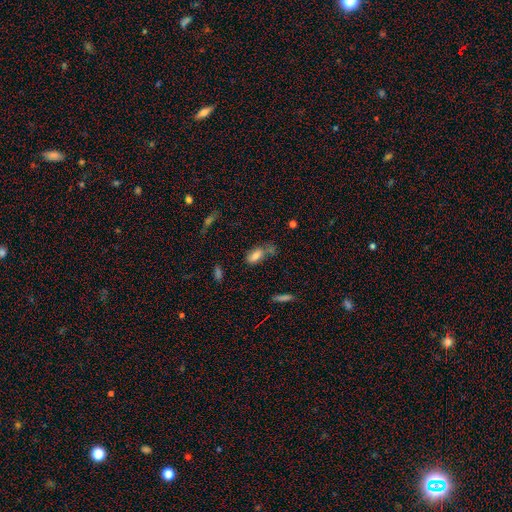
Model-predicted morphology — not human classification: Smooth or featured? Predicted: smooth (p=0.75). How rounded? Predicted: in between (p=0.86). Merging? Predicted: none (p=0.44).